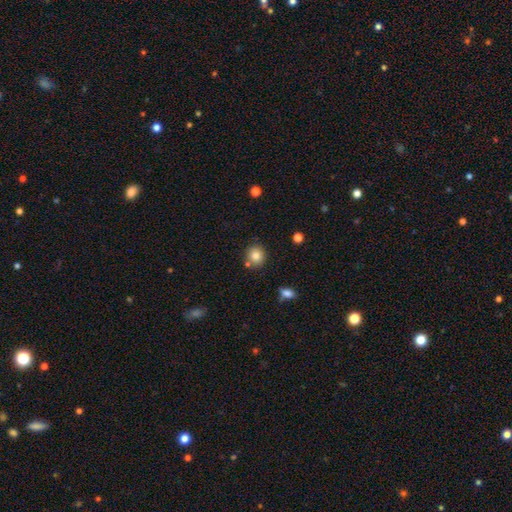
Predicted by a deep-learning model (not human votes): smooth 82%, star or artifact 10%, featured or disk 8%. Down the decision tree: how rounded — round (85%); merging — none (77%).